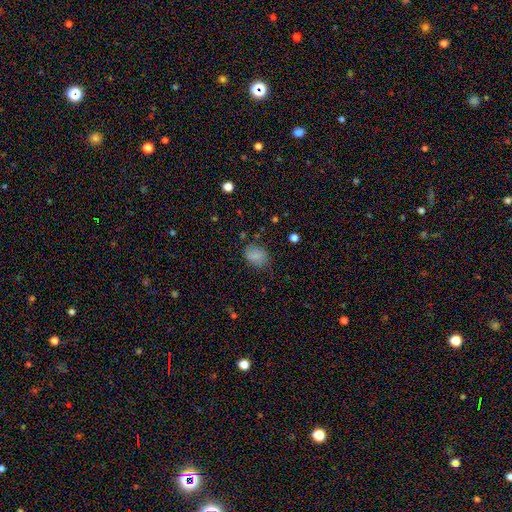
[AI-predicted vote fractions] Morphology: type=smooth (81%); roundness=in between (63%); merging=none (70%).